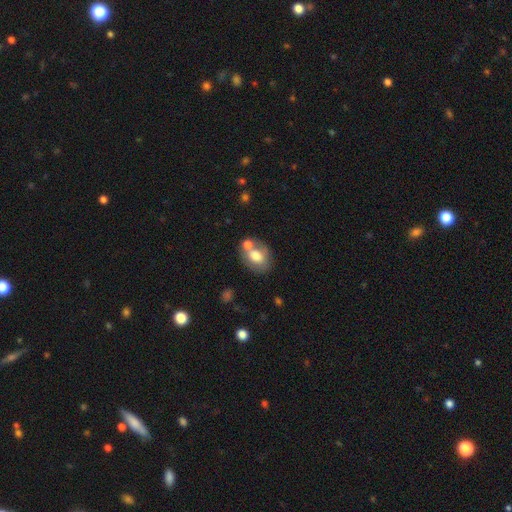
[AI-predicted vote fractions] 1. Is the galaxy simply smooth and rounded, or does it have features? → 70% smooth, 22% featured or disk, 8% star or artifact.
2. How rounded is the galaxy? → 67% in between, 32% round, 1% cigar-shaped.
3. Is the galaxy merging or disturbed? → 46% none, 34% merger, 14% minor disturbance, 5% major disturbance.